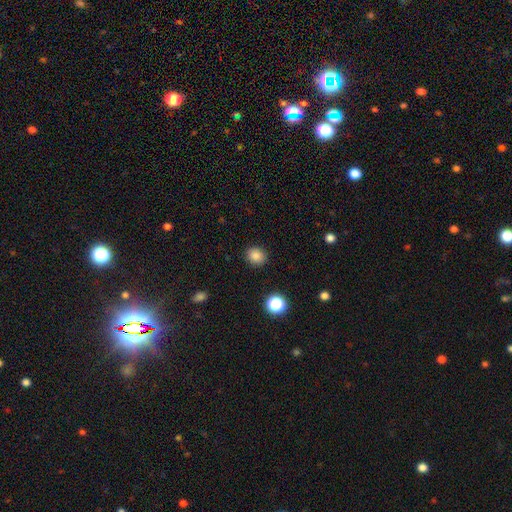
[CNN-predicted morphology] smooth-or-featured: smooth: 85% | star or artifact: 11% | featured or disk: 4%
  how-rounded: round: 78% | in between: 21% | cigar-shaped: 1%
  merging: none: 90% | minor disturbance: 7% | major disturbance: 2% | merger: 1%